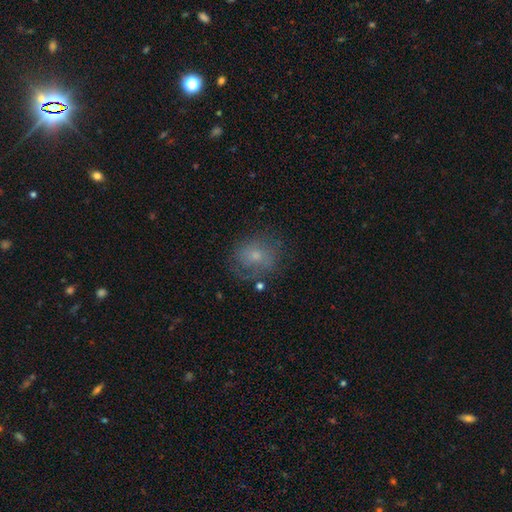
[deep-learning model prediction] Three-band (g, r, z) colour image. It shows a smooth galaxy with no disk features (50%) that is round (69%). Merging: none (63%).